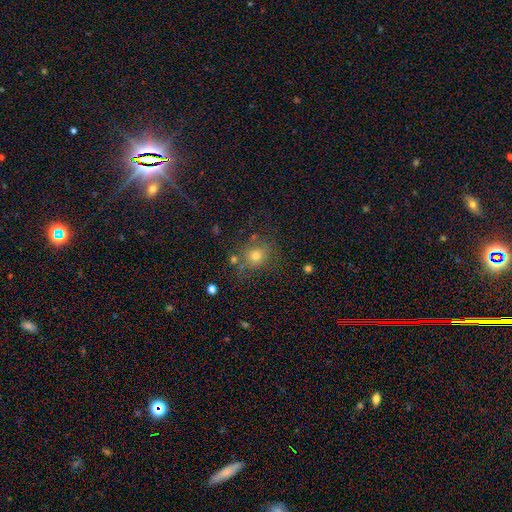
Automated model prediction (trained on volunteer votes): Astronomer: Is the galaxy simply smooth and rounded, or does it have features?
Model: smooth — 67%.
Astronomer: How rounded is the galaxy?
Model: round — 81%.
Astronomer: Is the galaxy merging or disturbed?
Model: none — 70%.